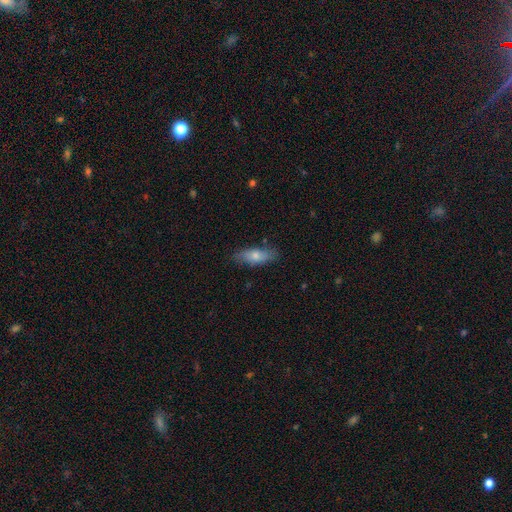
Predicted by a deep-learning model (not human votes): Morphology: type=smooth (69%); roundness=in between (70%); merging=none (78%).